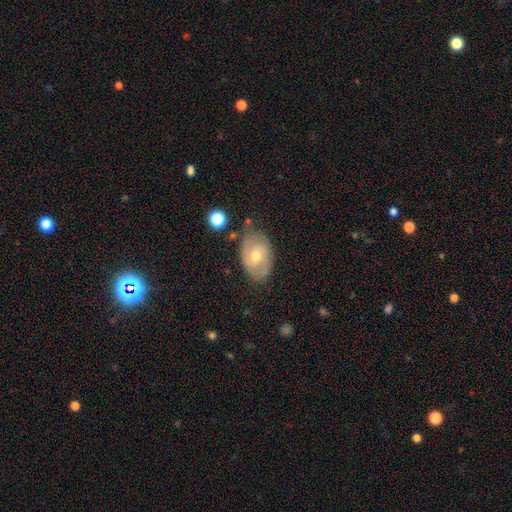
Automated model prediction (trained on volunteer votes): Morphology: type=featured or disk (69%); edge-on=no (96%); bar=no (60%); spiral arms=yes (86%); winding=tight (50%); arm count=2 (73%); bulge=moderate (58%); merging=none (73%).